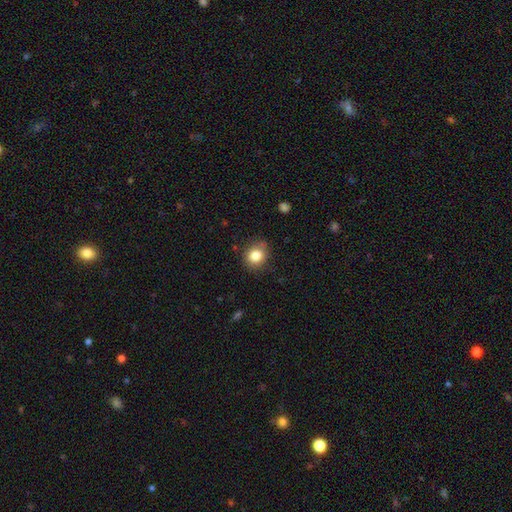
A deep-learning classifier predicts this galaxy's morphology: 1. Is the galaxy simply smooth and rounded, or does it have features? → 83% smooth, 10% star or artifact, 7% featured or disk.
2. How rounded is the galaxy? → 73% round, 26% in between, 1% cigar-shaped.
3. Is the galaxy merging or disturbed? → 80% none, 15% minor disturbance, 4% major disturbance, 2% merger.